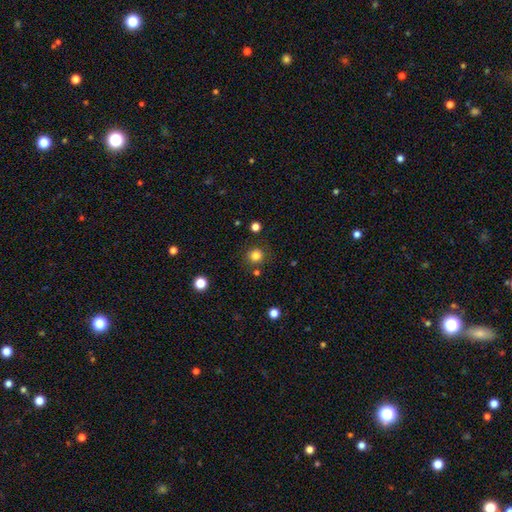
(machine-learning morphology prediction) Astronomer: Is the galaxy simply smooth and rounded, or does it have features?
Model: smooth — 82%.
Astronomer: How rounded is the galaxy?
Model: round — 92%.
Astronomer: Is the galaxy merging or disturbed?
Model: none — 83%.